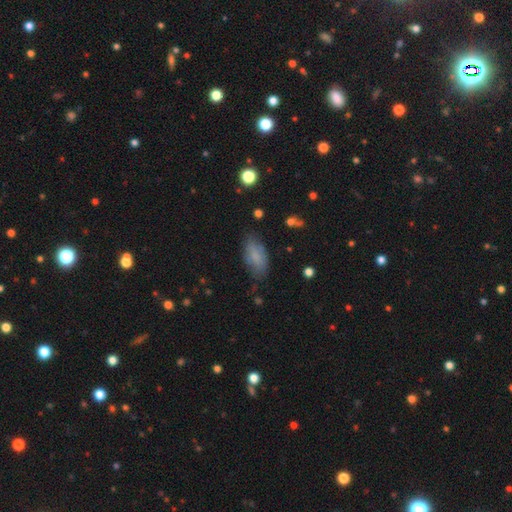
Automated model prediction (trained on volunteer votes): smooth_or_featured: smooth (p=0.76) [alt: featured or disk p=0.16]
how_rounded: in between (p=0.87) [alt: cigar-shaped p=0.10]
merging: none (p=0.68) [alt: minor disturbance p=0.23]